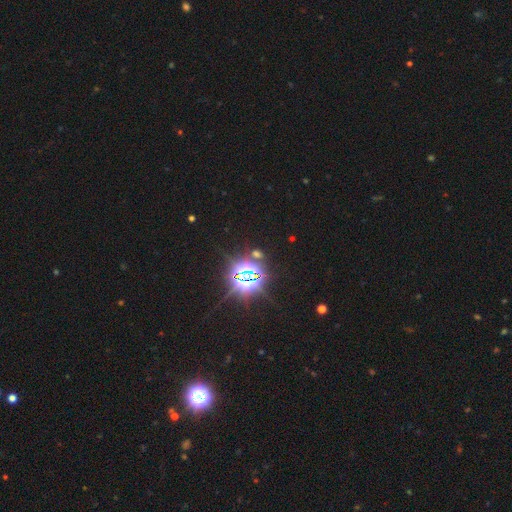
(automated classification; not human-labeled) Smooth or featured?
  - star or artifact: 84% *
  - smooth: 8%
  - featured or disk: 7%